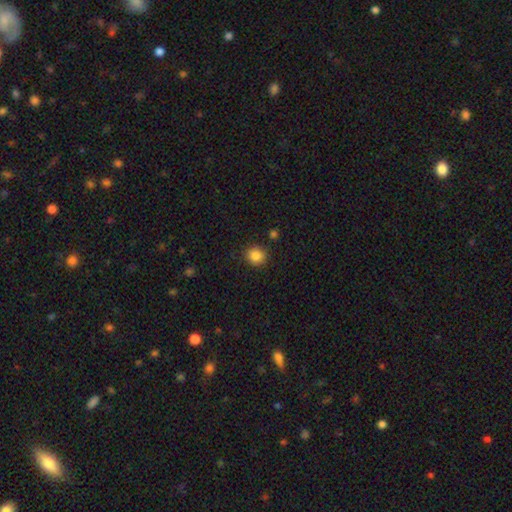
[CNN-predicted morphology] This appears to be a smooth galaxy with no disk features (85%) that is round (88%). Merging: none (89%).